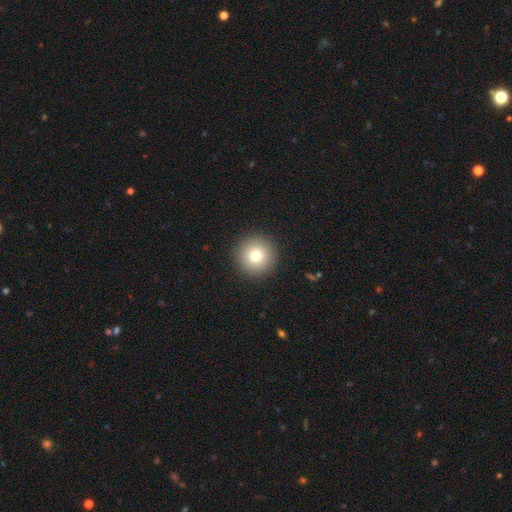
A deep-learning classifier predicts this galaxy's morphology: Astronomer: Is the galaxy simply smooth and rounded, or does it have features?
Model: smooth — 77%.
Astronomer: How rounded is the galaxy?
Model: round — 96%.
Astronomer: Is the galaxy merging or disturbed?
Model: none — 93%.